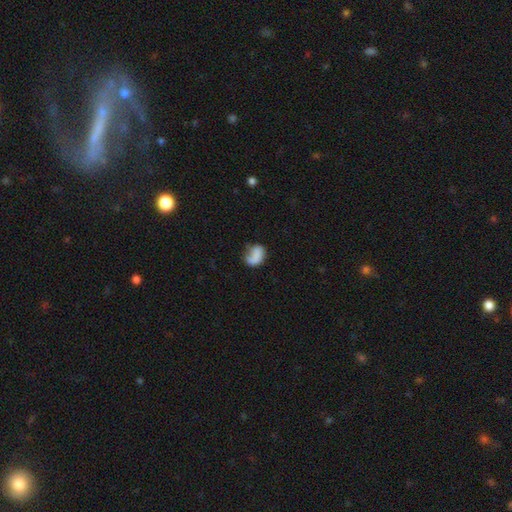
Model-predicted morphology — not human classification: The model was most divided on "merging": none: 39%, major disturbance: 28%, minor disturbance: 27%, merger: 6%. More confident: how rounded — in between (71%); smooth or featured — smooth (65%).